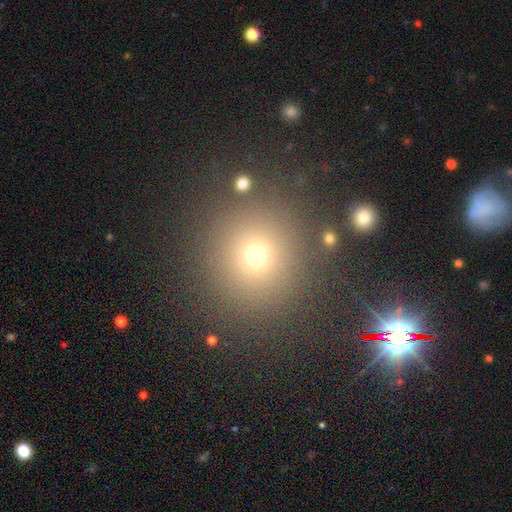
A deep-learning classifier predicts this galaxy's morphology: smooth_or_featured: smooth (p=0.64) [alt: star or artifact p=0.28]
how_rounded: round (p=0.93) [alt: in between p=0.06]
merging: none (p=0.88) [alt: minor disturbance p=0.06]